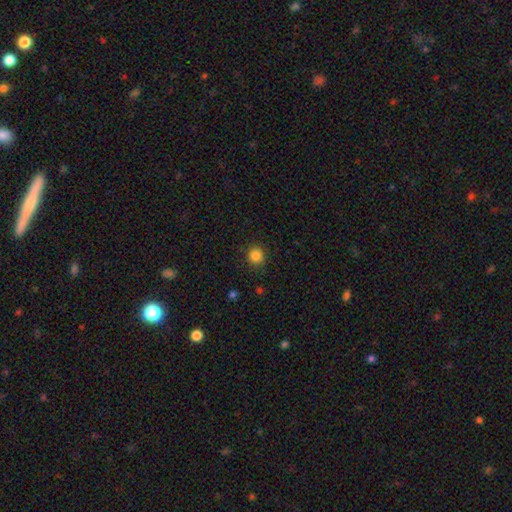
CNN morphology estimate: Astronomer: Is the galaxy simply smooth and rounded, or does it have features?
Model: smooth — 84%.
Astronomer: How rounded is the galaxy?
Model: round — 92%.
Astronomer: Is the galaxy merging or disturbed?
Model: none — 89%.